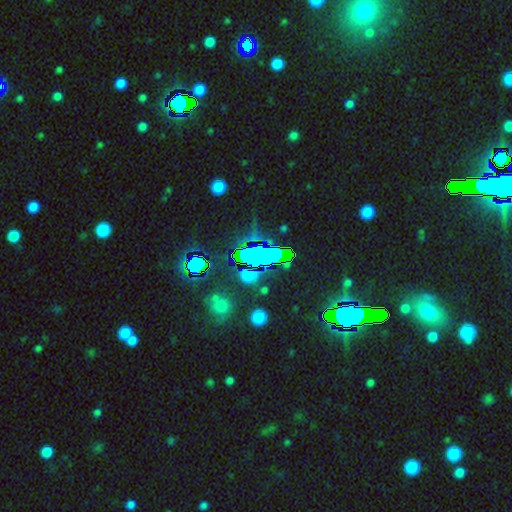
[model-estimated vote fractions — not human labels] A star or artifact, not a galaxy (69%).

Vote fractions:
- Smooth or featured? star or artifact: 69% / smooth: 20% / featured or disk: 10%